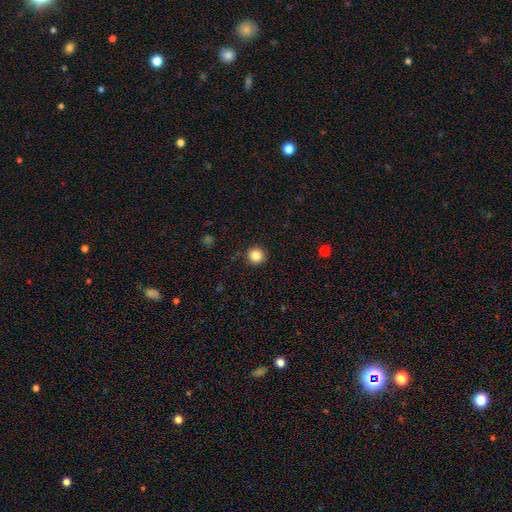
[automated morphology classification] Smooth or featured: smooth — 85% (star or artifact — 10%)
How rounded: round — 95% (in between — 4%)
Merging: none — 92% (minor disturbance — 5%)